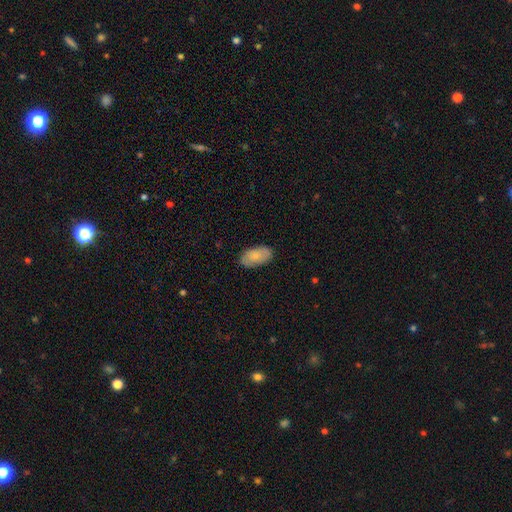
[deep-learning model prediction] This is clearly a smooth galaxy (82%). How rounded: clearly in between (95%). Merging: clearly none (84%).